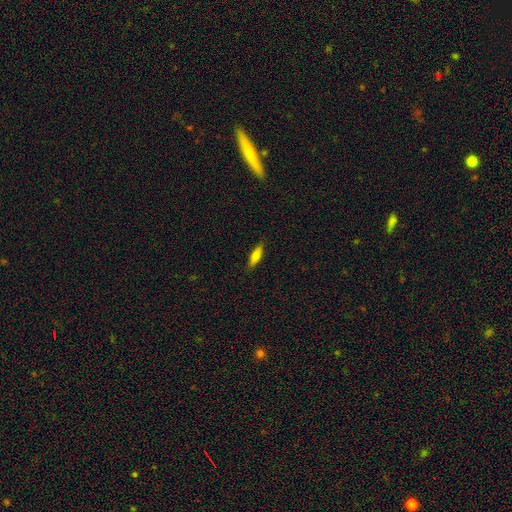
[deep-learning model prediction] smooth-or-featured: smooth: 70% | featured or disk: 22% | star or artifact: 7%
  how-rounded: cigar-shaped: 53% | in between: 45% | round: 2%
  merging: none: 85% | minor disturbance: 11% | major disturbance: 2% | merger: 1%